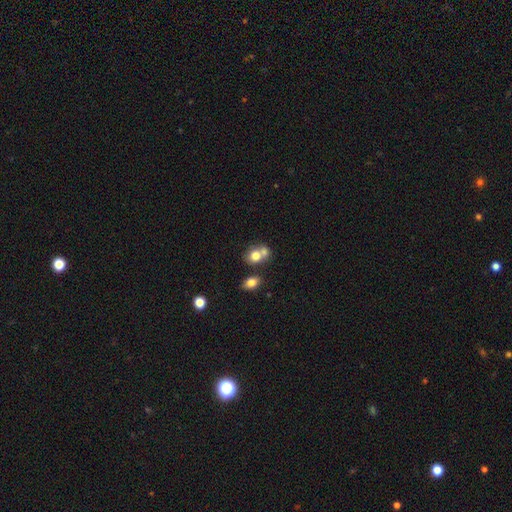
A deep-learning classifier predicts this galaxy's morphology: The model was most divided on "merging": merger: 52%, none: 36%, minor disturbance: 9%, major disturbance: 4%. More confident: smooth or featured — smooth (74%); how rounded — round (63%).